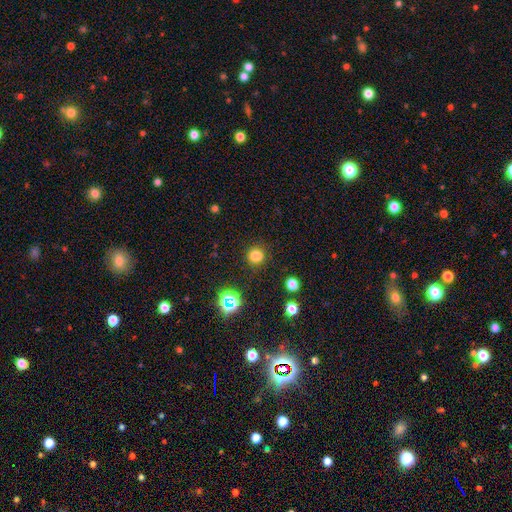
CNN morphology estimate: Smooth or featured?
  - smooth: 76% *
  - star or artifact: 18%
  - featured or disk: 5%
How rounded?
  - round: 86% *
  - in between: 13%
  - cigar-shaped: 1%
Merging?
  - none: 82% *
  - minor disturbance: 10%
  - merger: 5%
  - major disturbance: 4%